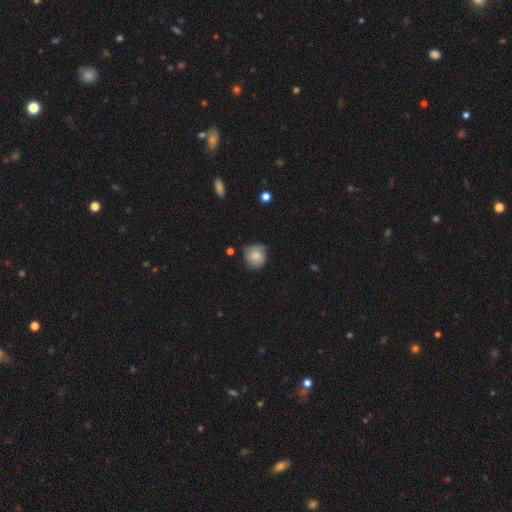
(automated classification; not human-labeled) Morphology: type=smooth (74%); roundness=round (84%); merging=none (59%).